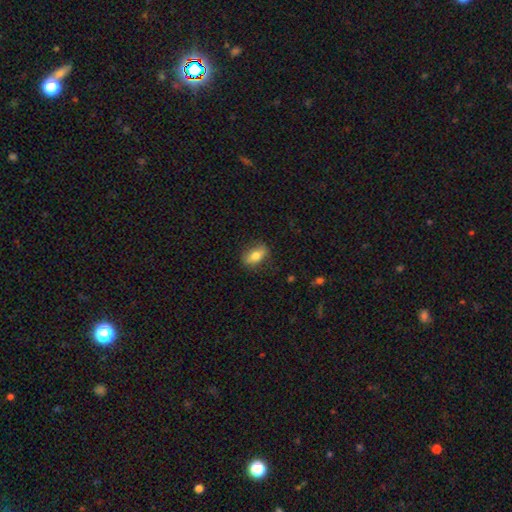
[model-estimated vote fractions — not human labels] smooth_or_featured: smooth (p=0.71) [alt: featured or disk p=0.22]
how_rounded: in between (p=0.82) [alt: cigar-shaped p=0.09]
merging: none (p=0.79) [alt: minor disturbance p=0.16]